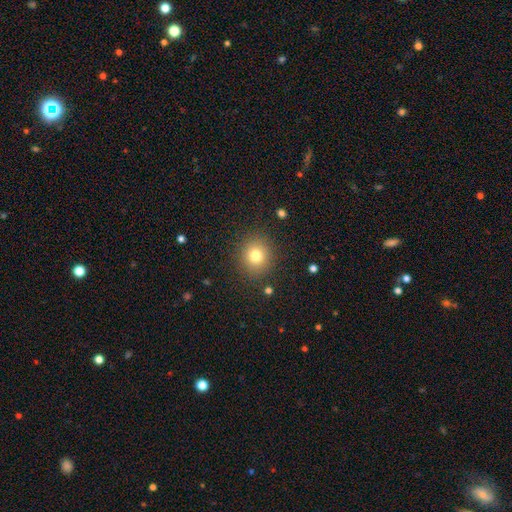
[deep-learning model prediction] Q: Smooth or featured?
A: smooth (78%); runner-up: star or artifact (13%)
Q: How rounded?
A: round (86%); runner-up: in between (13%)
Q: Merging?
A: none (88%); runner-up: minor disturbance (8%)